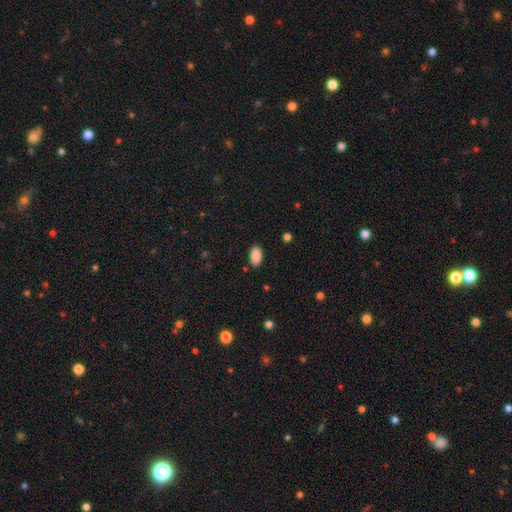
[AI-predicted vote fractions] A smooth galaxy with no disk features (89%) that is in between round and cigar-shaped (94%).

Vote fractions:
- Smooth or featured? smooth: 89% / star or artifact: 7% / featured or disk: 3%
- How rounded? in between: 94% / round: 3% / cigar-shaped: 2%
- Merging? none: 87% / minor disturbance: 9% / major disturbance: 2% / merger: 1%